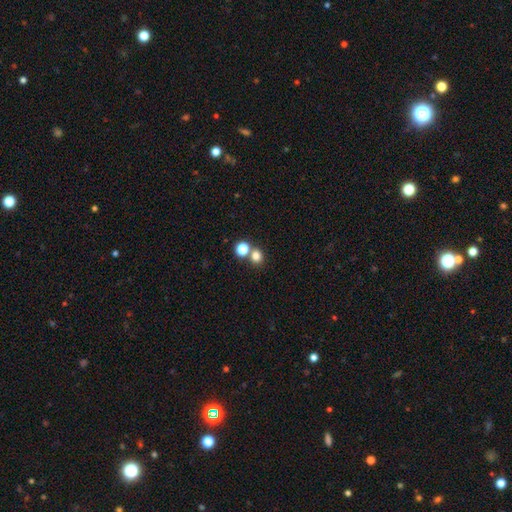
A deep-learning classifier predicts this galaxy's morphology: This appears to be a smooth galaxy with no disk features (77%) that is round (77%). Merging: none (60%).